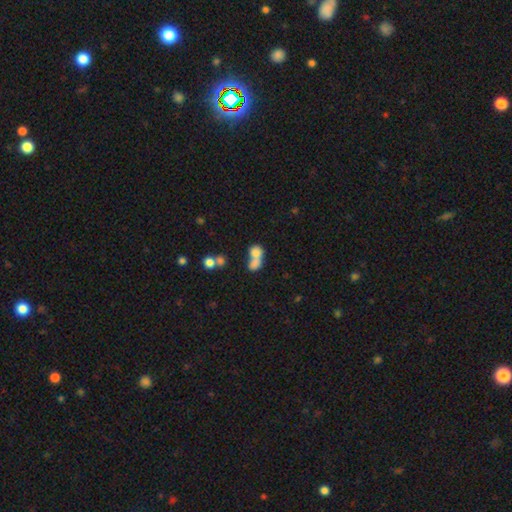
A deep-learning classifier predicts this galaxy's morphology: Smooth or featured? Predicted: smooth (p=0.74). How rounded? Predicted: in between (p=0.53). Merging? Predicted: merger (p=0.69).